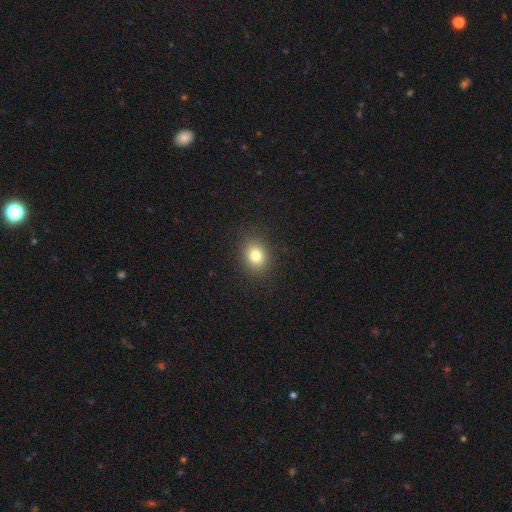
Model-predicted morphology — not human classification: Smooth or featured: smooth — 80% (star or artifact — 12%)
How rounded: round — 55% (in between — 44%)
Merging: none — 89% (minor disturbance — 8%)